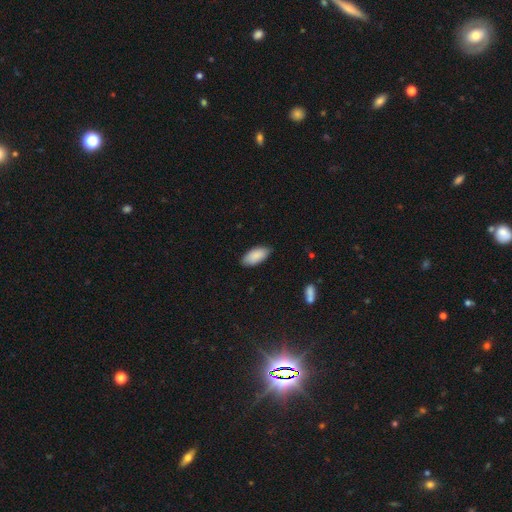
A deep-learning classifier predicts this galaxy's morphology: Q: Smooth or featured?
A: smooth (88%); runner-up: star or artifact (6%)
Q: How rounded?
A: in between (92%); runner-up: cigar-shaped (7%)
Q: Merging?
A: none (82%); runner-up: minor disturbance (14%)